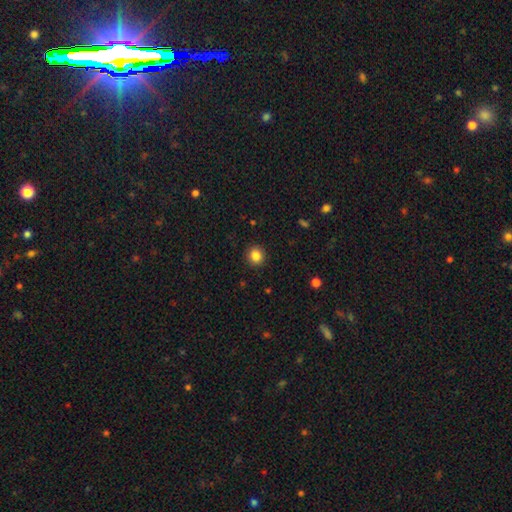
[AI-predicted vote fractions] smooth_or_featured: smooth (p=0.85) [alt: star or artifact p=0.10]
how_rounded: round (p=0.89) [alt: in between p=0.10]
merging: none (p=0.92) [alt: minor disturbance p=0.06]